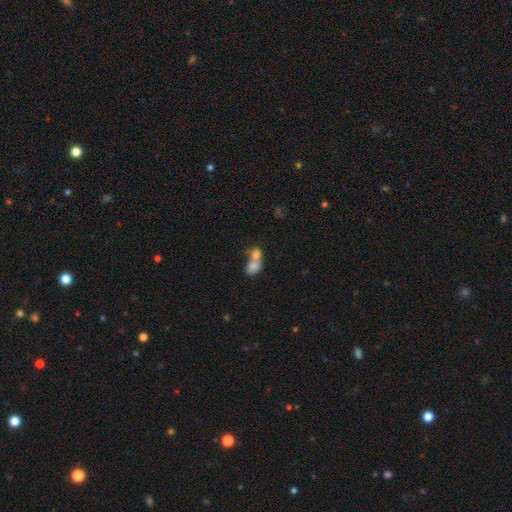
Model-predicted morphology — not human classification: Smooth or featured?
  - smooth: 76% *
  - featured or disk: 15%
  - star or artifact: 9%
How rounded?
  - in between: 68% *
  - round: 30%
  - cigar-shaped: 2%
Merging?
  - merger: 75% *
  - none: 16%
  - minor disturbance: 5%
  - major disturbance: 4%